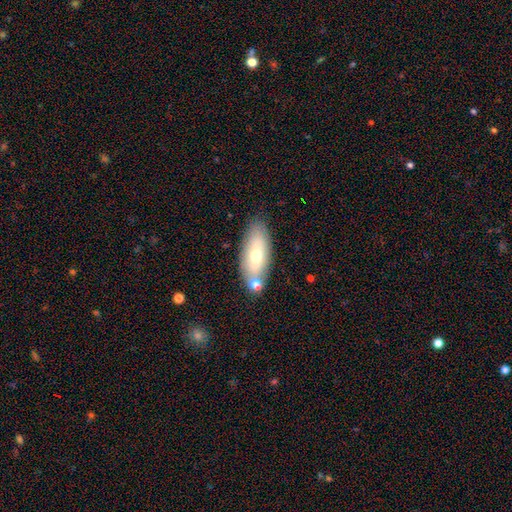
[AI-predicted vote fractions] Q: Smooth or featured?
A: smooth (59%); runner-up: featured or disk (34%)
Q: How rounded?
A: in between (76%); runner-up: cigar-shaped (21%)
Q: Merging?
A: none (70%); runner-up: minor disturbance (13%)